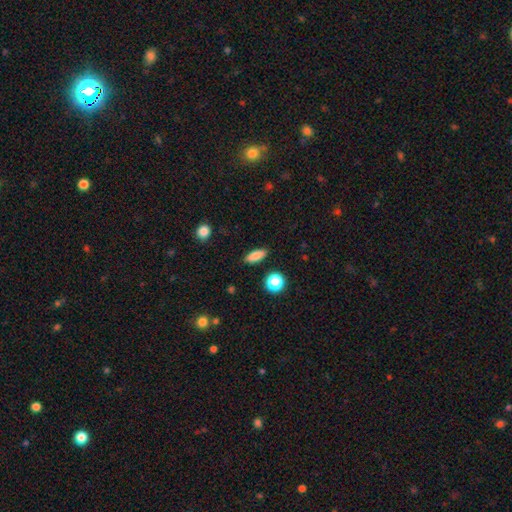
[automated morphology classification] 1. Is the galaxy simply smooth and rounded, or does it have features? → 84% smooth, 9% star or artifact, 7% featured or disk.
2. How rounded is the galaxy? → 62% in between, 32% cigar-shaped, 6% round.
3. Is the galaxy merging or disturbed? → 88% none, 8% minor disturbance, 2% major disturbance, 2% merger.